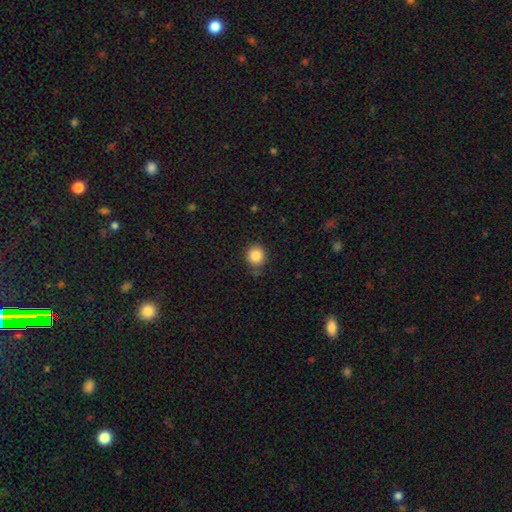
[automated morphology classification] This is clearly a smooth galaxy (85%). How rounded: clearly round (92%). Merging: clearly none (84%).